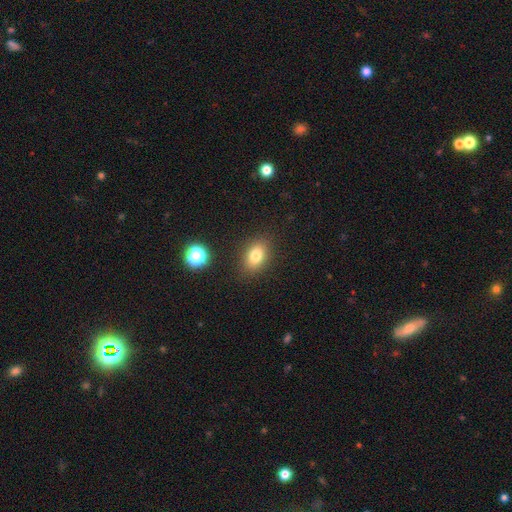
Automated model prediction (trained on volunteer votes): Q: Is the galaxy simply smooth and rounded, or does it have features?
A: smooth — 78%.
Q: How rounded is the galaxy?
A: in between — 77%.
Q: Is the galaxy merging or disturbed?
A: none — 86%.